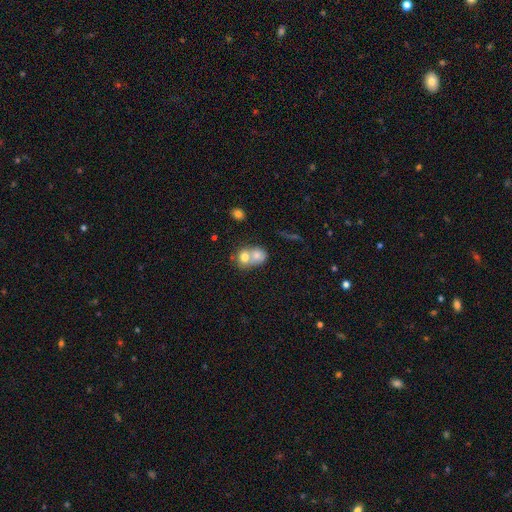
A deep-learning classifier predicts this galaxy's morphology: This is likely a smooth galaxy (72%). How rounded: likely round (64%). Merging: likely merger (71%).